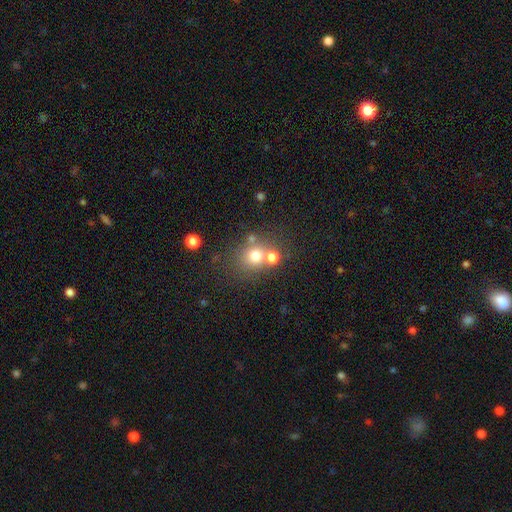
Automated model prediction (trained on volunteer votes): smooth 71%, star or artifact 16%, featured or disk 13%. Down the decision tree: how rounded — round (82%); merging — none (55%).